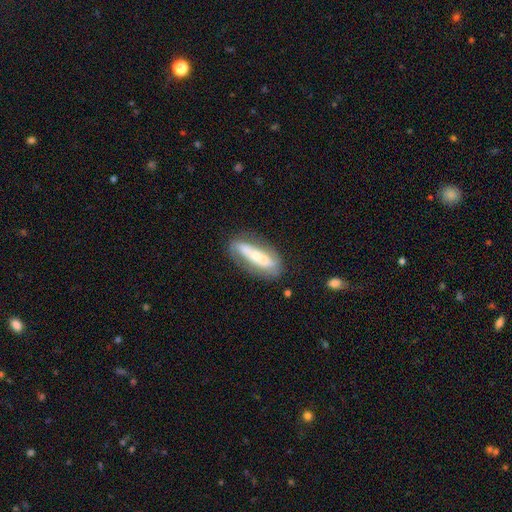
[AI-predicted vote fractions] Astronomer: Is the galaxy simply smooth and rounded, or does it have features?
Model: featured or disk — 56% (runner-up: smooth, 37%).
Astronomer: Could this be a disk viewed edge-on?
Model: no — 65%.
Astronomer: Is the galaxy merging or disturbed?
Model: none — 65%.